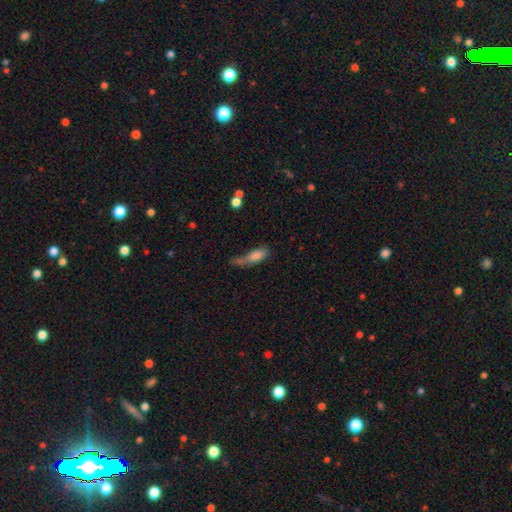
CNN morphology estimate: This appears to be a smooth galaxy with no disk features (71%) that is cigar-shaped (50%). Merging: none (31%).